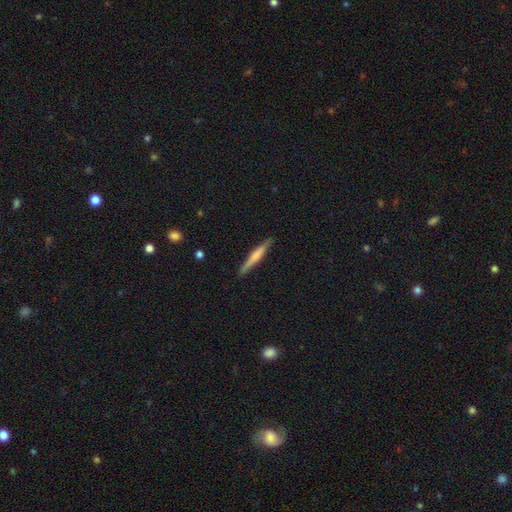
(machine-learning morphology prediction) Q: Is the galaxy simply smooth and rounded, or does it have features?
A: featured or disk — 52%.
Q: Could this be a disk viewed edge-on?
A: yes — 97%.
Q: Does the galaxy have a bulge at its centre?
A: rounded — 44%.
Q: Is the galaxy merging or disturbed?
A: none — 90%.